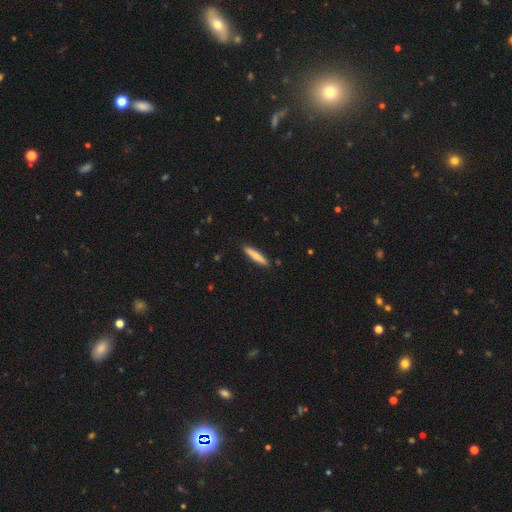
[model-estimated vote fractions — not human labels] Overall: smooth (76%). How rounded: cigar-shaped (92%). Merging: none (90%).